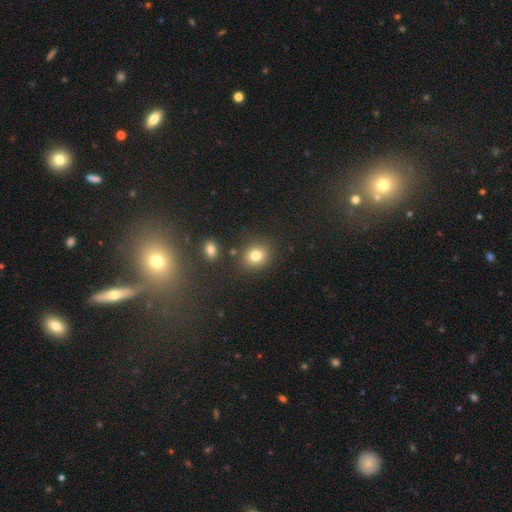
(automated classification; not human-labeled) Smooth or featured? Predicted: smooth (p=0.79). How rounded? Predicted: round (p=0.71). Merging? Predicted: none (p=0.80).